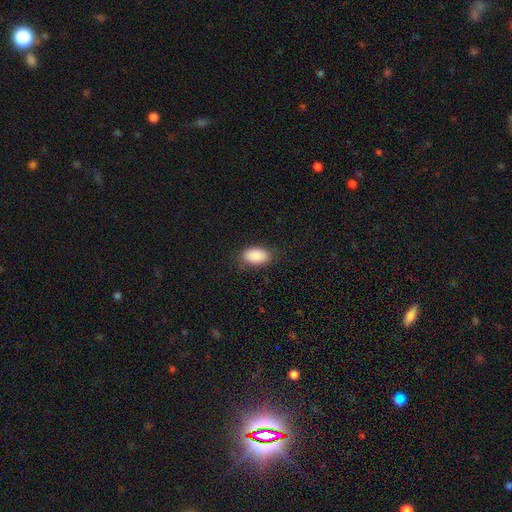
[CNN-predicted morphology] smooth 89%, star or artifact 7%, featured or disk 4%. Down the decision tree: how rounded — in between (93%); merging — none (82%).